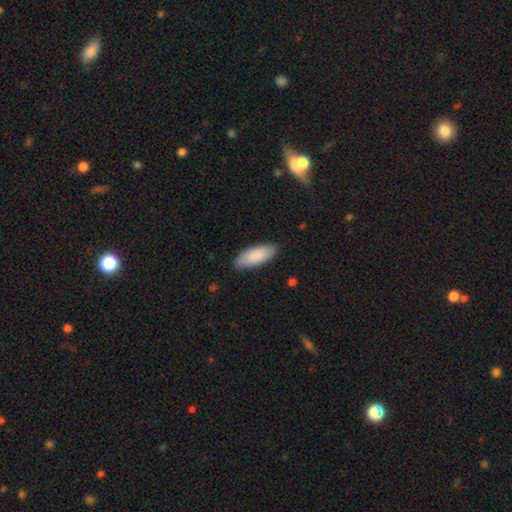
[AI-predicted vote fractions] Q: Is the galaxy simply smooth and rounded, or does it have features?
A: smooth — 86%.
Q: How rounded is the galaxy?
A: in between — 78%.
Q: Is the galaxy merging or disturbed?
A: none — 85%.